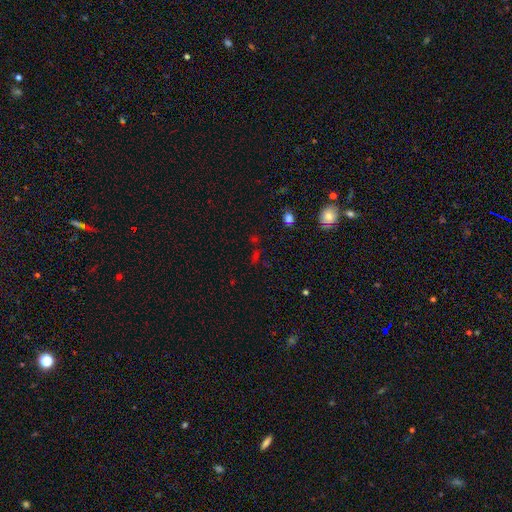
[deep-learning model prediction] Smooth or featured?
  - star or artifact: 52% *
  - smooth: 38%
  - featured or disk: 11%